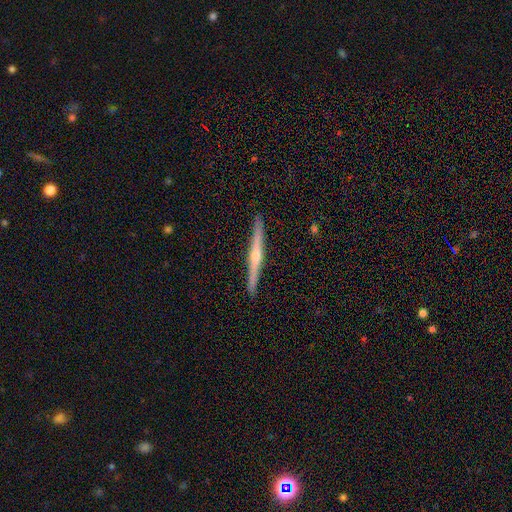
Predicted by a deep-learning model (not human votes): smooth_or_featured: featured or disk (p=0.76) [alt: smooth p=0.19]
disk_edge_on: yes (p=0.98) [alt: no p=0.02]
edge_on_bulge: rounded (p=0.82) [alt: none p=0.13]
merging: none (p=0.92) [alt: minor disturbance p=0.05]